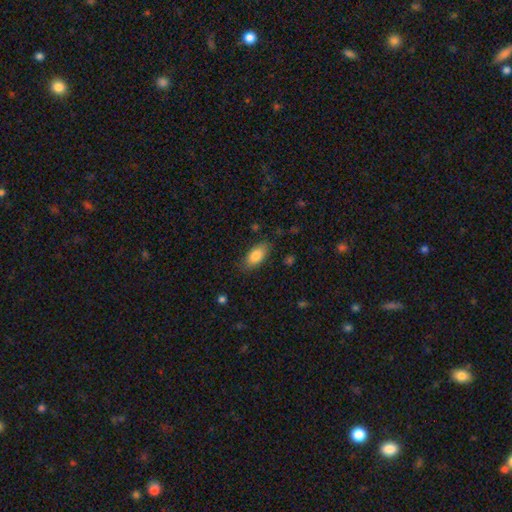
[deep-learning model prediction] Smooth or featured: smooth — 84% (featured or disk — 9%)
How rounded: in between — 89% (cigar-shaped — 7%)
Merging: none — 80% (minor disturbance — 14%)